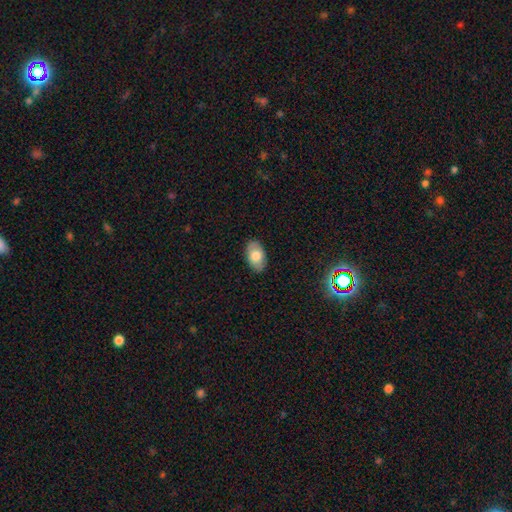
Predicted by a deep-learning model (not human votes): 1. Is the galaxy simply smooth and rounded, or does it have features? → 74% smooth, 19% featured or disk, 7% star or artifact.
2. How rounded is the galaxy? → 93% in between, 6% round, 1% cigar-shaped.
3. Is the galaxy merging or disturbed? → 87% none, 10% minor disturbance, 2% major disturbance, 1% merger.